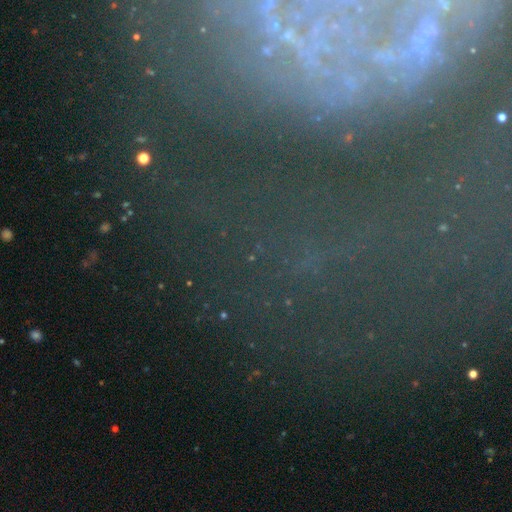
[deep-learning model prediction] This appears to be a star or artifact, not a galaxy (42%).